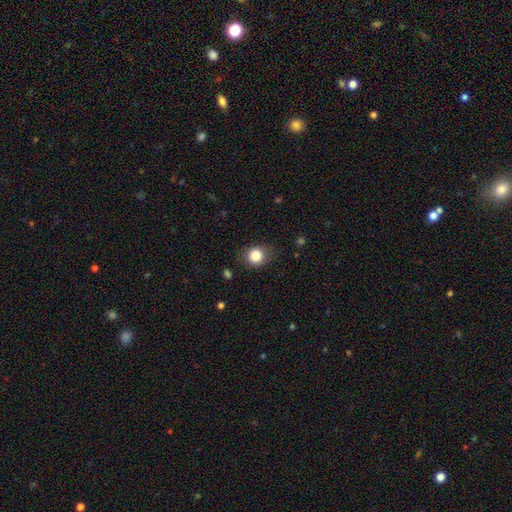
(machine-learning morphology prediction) Smooth or featured? Predicted: smooth (p=0.83). How rounded? Predicted: round (p=0.73). Merging? Predicted: none (p=0.79).